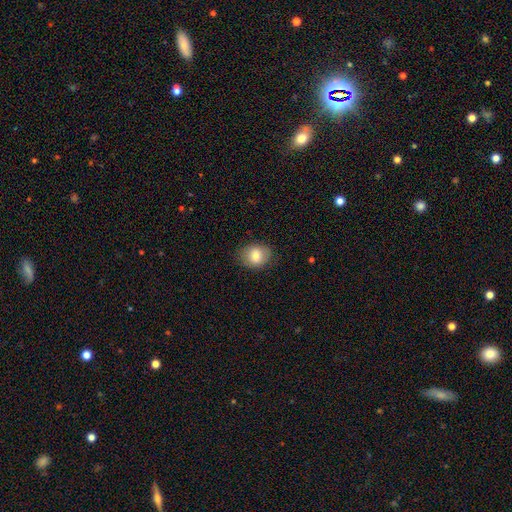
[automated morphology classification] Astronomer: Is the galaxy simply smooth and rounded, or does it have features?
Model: smooth — 78%.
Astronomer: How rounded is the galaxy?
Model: round — 54% (runner-up: in between, 45%).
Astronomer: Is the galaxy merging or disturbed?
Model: none — 82%.